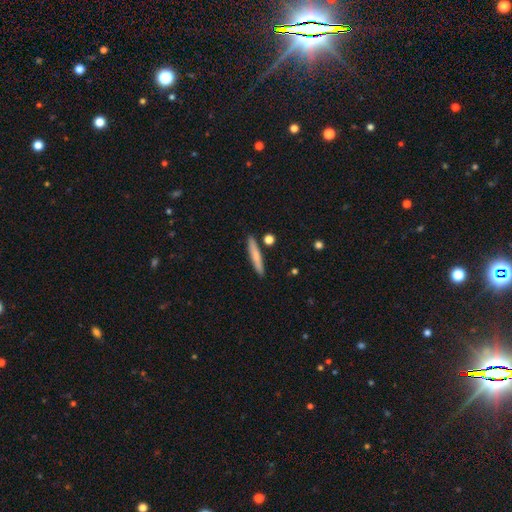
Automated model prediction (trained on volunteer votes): Overall: smooth (71%). How rounded: cigar-shaped (94%). Merging: none (88%).